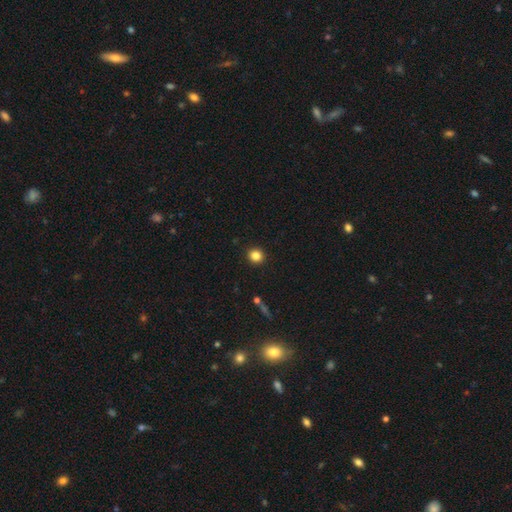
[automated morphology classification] A smooth galaxy with no disk features (84%) that is round (90%).

Vote fractions:
- Smooth or featured? smooth: 84% / star or artifact: 11% / featured or disk: 5%
- How rounded? round: 90% / in between: 9% / cigar-shaped: 1%
- Merging? none: 92% / minor disturbance: 5% / major disturbance: 2% / merger: 1%